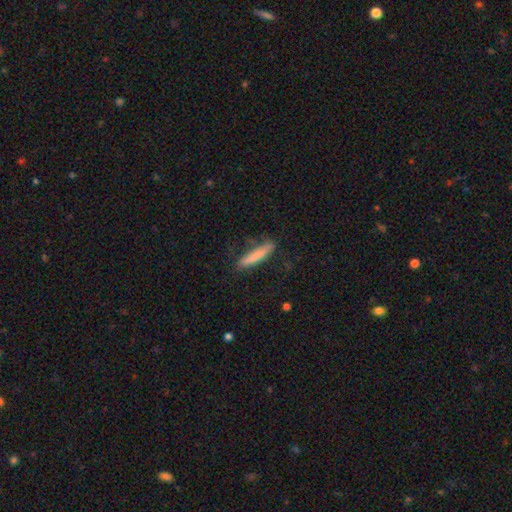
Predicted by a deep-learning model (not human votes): Smooth or featured: smooth — 78% (featured or disk — 15%)
How rounded: cigar-shaped — 93% (in between — 6%)
Merging: none — 80% (minor disturbance — 15%)